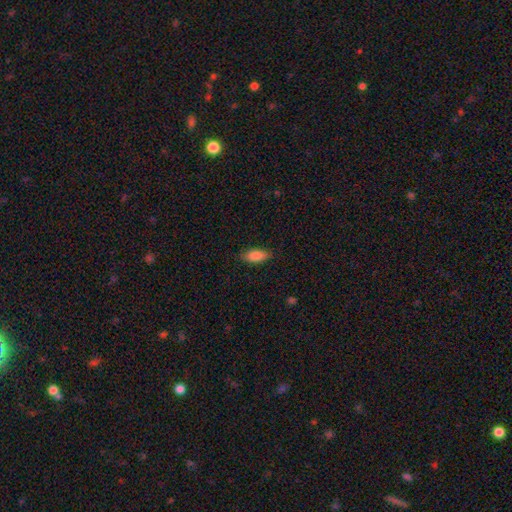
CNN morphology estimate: Q: Smooth or featured?
A: smooth (86%); runner-up: featured or disk (7%)
Q: How rounded?
A: in between (85%); runner-up: cigar-shaped (13%)
Q: Merging?
A: none (85%); runner-up: minor disturbance (11%)